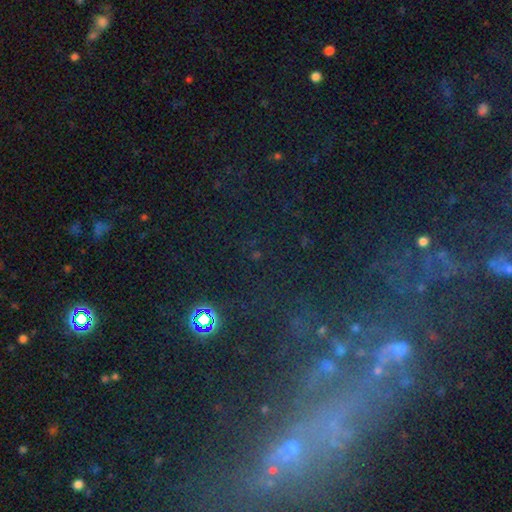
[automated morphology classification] Smooth or featured? Predicted: star or artifact (p=0.53).